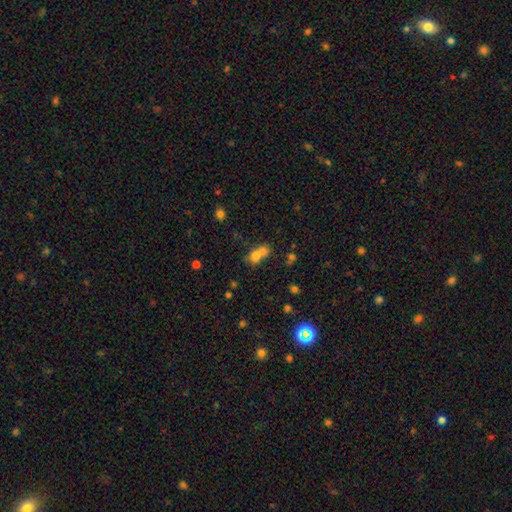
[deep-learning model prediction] Morphology: type=smooth (70%); roundness=round (58%); merging=merger (67%).